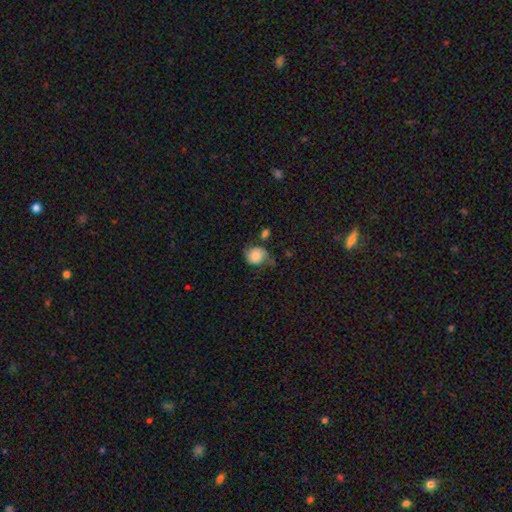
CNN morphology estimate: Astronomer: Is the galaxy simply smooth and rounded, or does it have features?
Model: smooth — 71%.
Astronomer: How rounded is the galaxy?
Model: round — 78%.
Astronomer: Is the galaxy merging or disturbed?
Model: none — 49% (runner-up: minor disturbance, 30%).